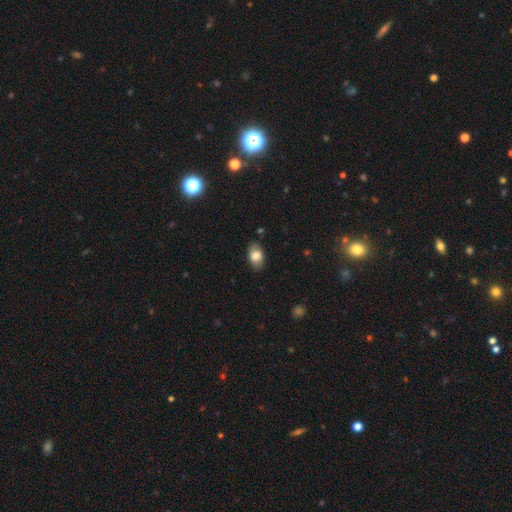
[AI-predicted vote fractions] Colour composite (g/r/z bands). It shows a smooth galaxy with no disk features (80%) that is in between round and cigar-shaped (90%). Merging: none (83%).